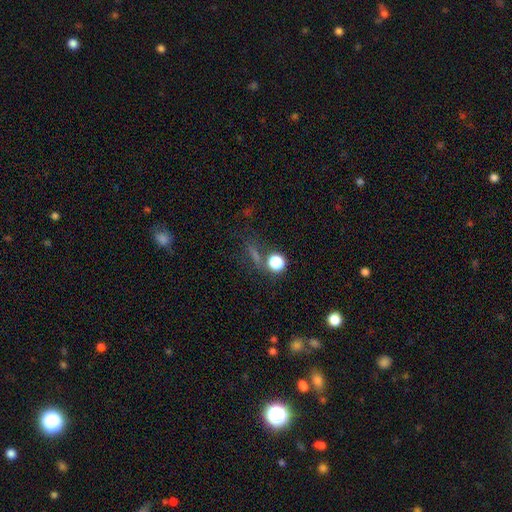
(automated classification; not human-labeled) Morphology: type=star or artifact (49%).